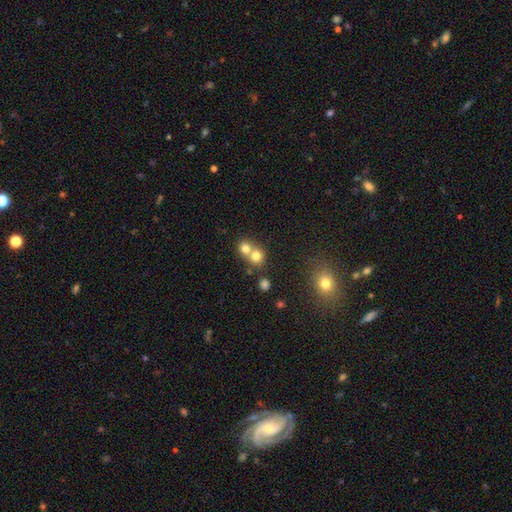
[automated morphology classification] Smooth or featured: smooth — 75% (featured or disk — 13%)
How rounded: round — 80% (in between — 19%)
Merging: merger — 61% (none — 32%)